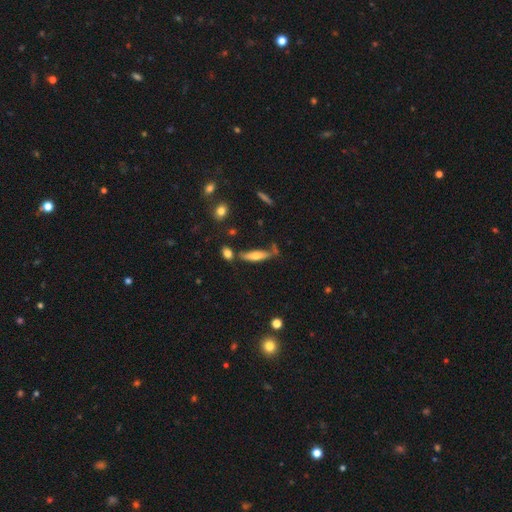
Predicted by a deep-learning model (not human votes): Smooth or featured? Predicted: smooth (p=0.58). How rounded? Predicted: cigar-shaped (p=0.72). Merging? Predicted: none (p=0.59).